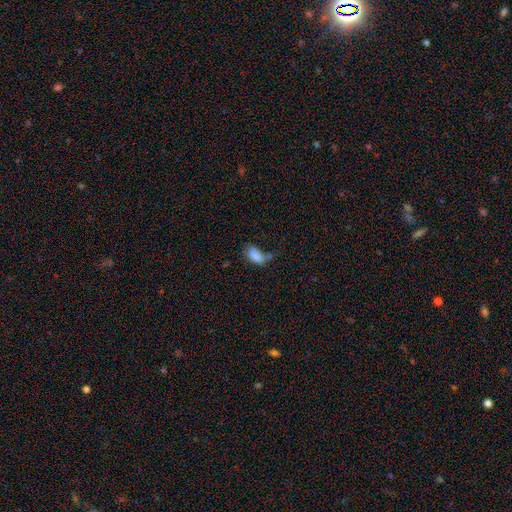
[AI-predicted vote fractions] Smooth or featured? Predicted: smooth (p=0.82). How rounded? Predicted: in between (p=0.92). Merging? Predicted: none (p=0.35).